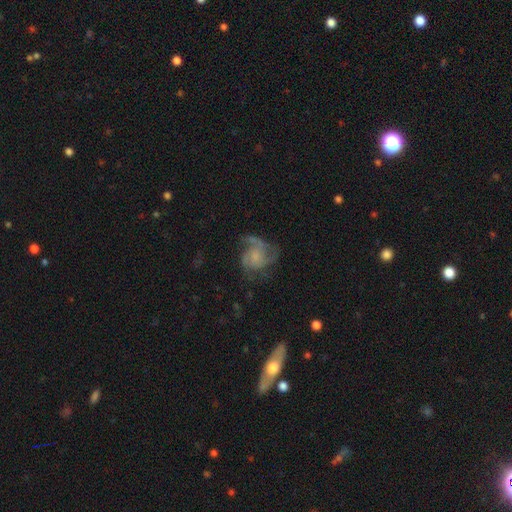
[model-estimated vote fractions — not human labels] Overall: featured or disk (72%). Edge-on disk: no (98%). Bar: no (73%). Spiral arms: yes (87%). Spiral arm count: 3 (34%; 2 25%). Spiral winding: medium (47%; tight 28%). Bulge size: small (48%; moderate 25%). Merging: none (47%; major disturbance 29%).